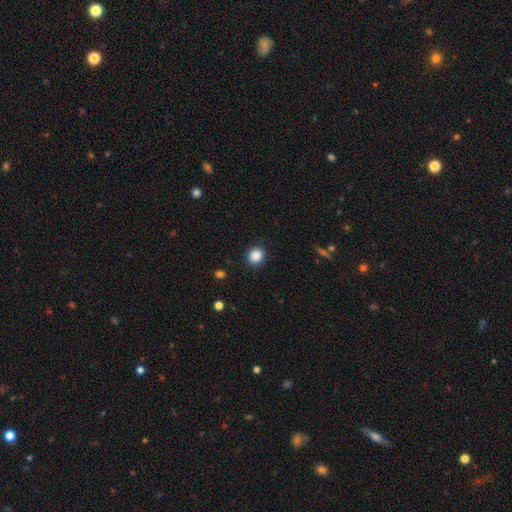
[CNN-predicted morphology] This is clearly a smooth galaxy (87%). How rounded: clearly round (85%). Merging: clearly none (90%).